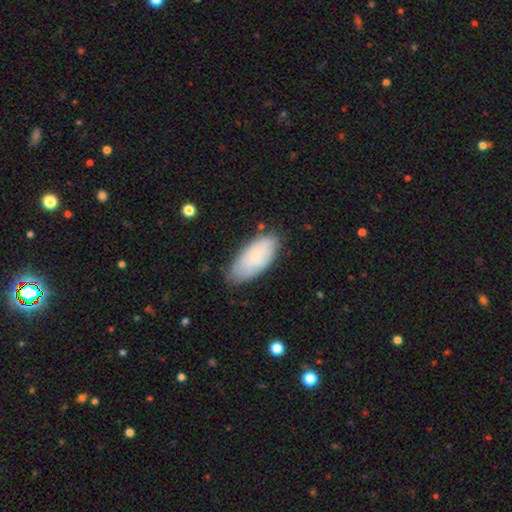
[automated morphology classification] Smooth or featured?
  - smooth: 75% *
  - featured or disk: 17%
  - star or artifact: 7%
How rounded?
  - in between: 87% *
  - cigar-shaped: 11%
  - round: 2%
Merging?
  - none: 73% *
  - minor disturbance: 21%
  - major disturbance: 4%
  - merger: 2%